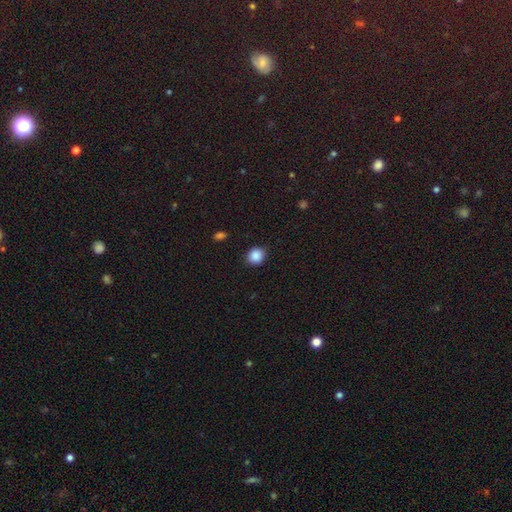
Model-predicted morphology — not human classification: A smooth galaxy with no disk features (88%) that is round (76%).

Vote fractions:
- Smooth or featured? smooth: 88% / star or artifact: 9% / featured or disk: 3%
- How rounded? round: 76% / in between: 23% / cigar-shaped: 1%
- Merging? none: 87% / minor disturbance: 9% / major disturbance: 2% / merger: 1%